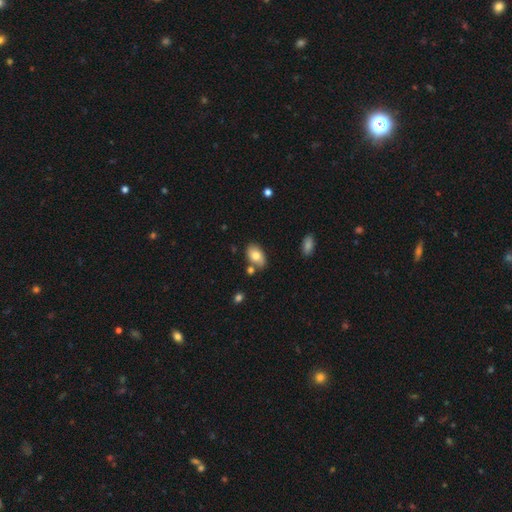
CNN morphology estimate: Smooth or featured: smooth — 77% (featured or disk — 15%)
How rounded: in between — 92% (round — 7%)
Merging: none — 69% (minor disturbance — 16%)